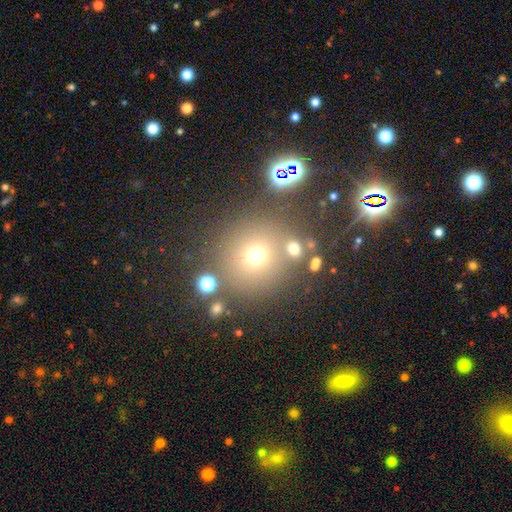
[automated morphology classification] Overall: smooth (61%; star or artifact 28%). How rounded: round (92%). Merging: none (77%).